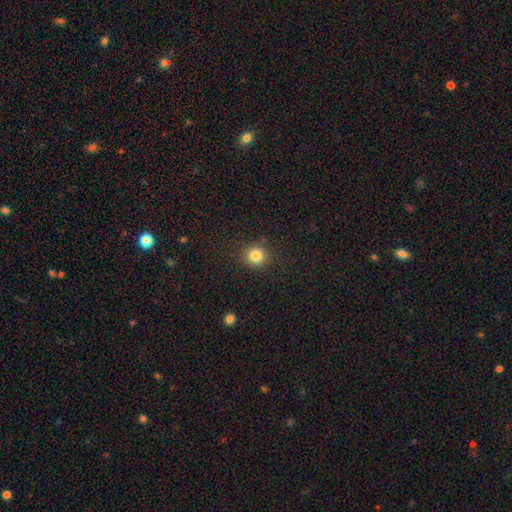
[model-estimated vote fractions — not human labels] The model was most divided on "smooth or featured": smooth: 83%, star or artifact: 12%, featured or disk: 5%. More confident: how rounded — round (90%); merging — none (87%).